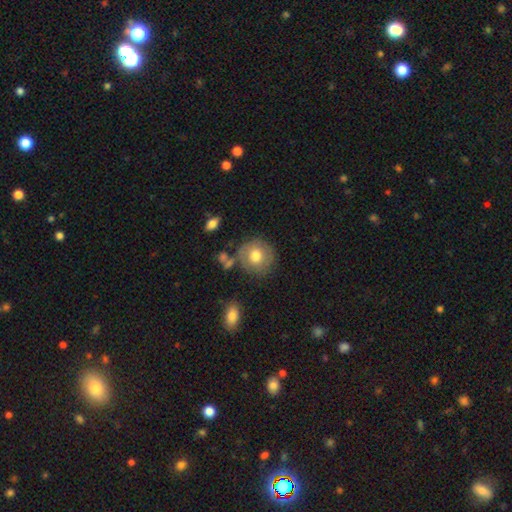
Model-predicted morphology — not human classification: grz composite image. It shows a smooth galaxy with no disk features (68%) that is round (89%). Merging: none (74%).